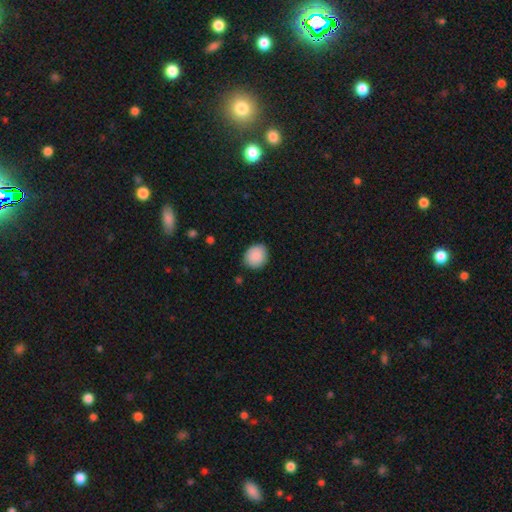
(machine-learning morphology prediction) A smooth galaxy with no disk features (89%) that is round (68%).

Vote fractions:
- Smooth or featured? smooth: 89% / star or artifact: 7% / featured or disk: 4%
- How rounded? round: 68% / in between: 31% / cigar-shaped: 1%
- Merging? none: 86% / minor disturbance: 11% / major disturbance: 2% / merger: 1%